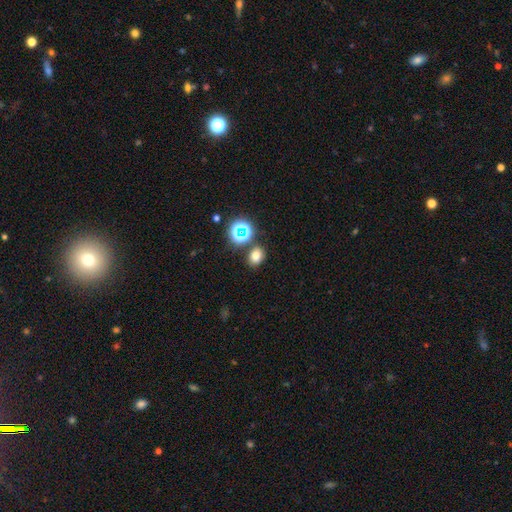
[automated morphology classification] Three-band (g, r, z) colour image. It shows a smooth galaxy with no disk features (73%) that is in between round and cigar-shaped (54%). Merging: none (80%).